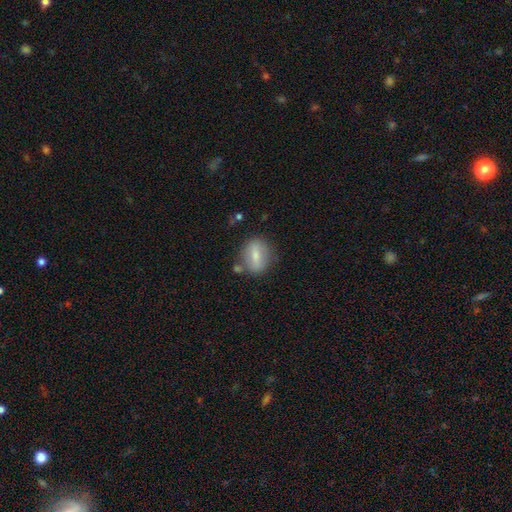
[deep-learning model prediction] This appears to be a smooth galaxy with no disk features (64%) that is in between round and cigar-shaped (52%). Merging: none (74%).